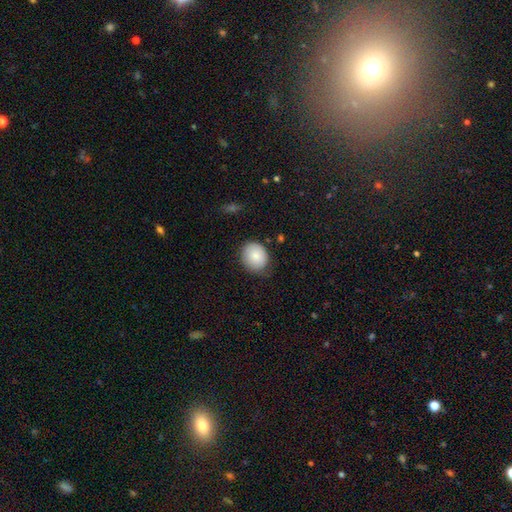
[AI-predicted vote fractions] smooth_or_featured: smooth (p=0.84) [alt: featured or disk p=0.09]
how_rounded: round (p=0.68) [alt: in between p=0.31]
merging: none (p=0.73) [alt: minor disturbance p=0.21]